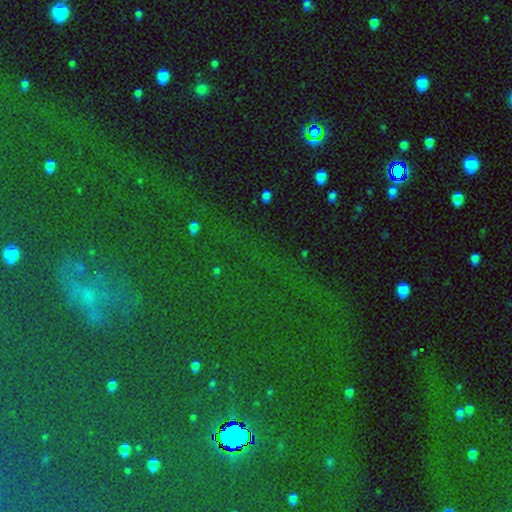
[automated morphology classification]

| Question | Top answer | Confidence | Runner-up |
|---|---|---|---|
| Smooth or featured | star or artifact | 78% | featured or disk (11%) |